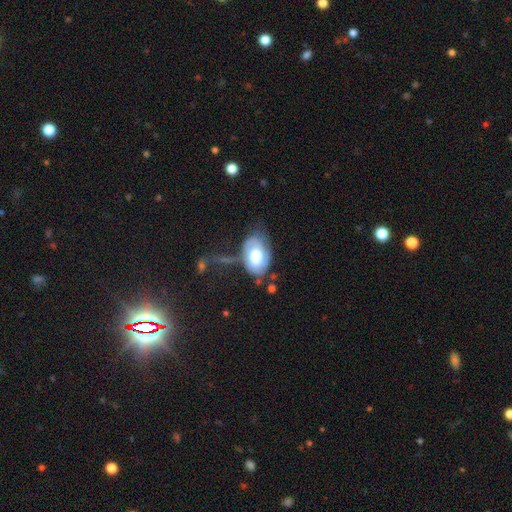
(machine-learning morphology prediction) This appears to be a featured or disk galaxy (47%). Merging: none (40%).